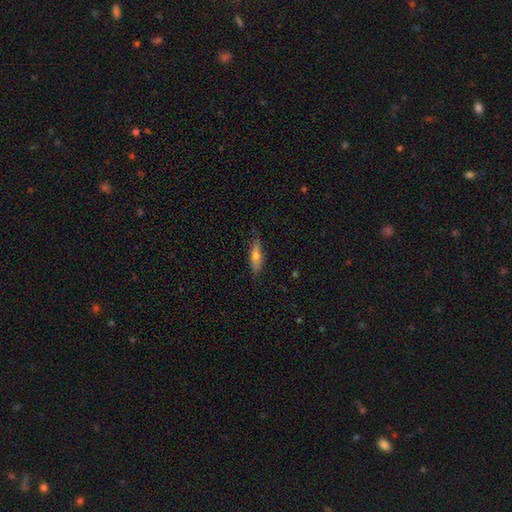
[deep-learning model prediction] This is likely a smooth galaxy (61%). How rounded: possibly cigar-shaped (58%). Merging: clearly none (81%).